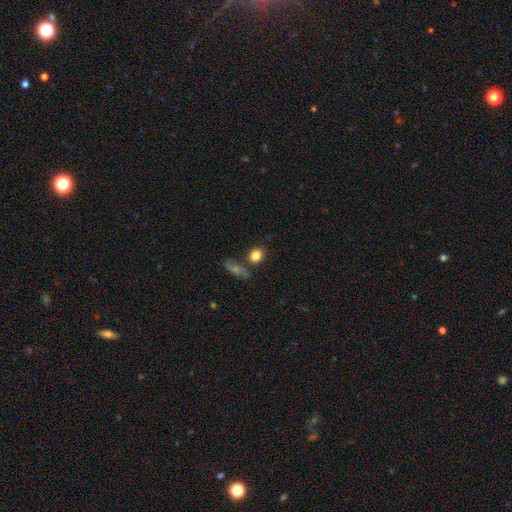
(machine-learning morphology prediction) This appears to be a smooth galaxy with no disk features (84%) that is round (50%). Merging: none (69%).